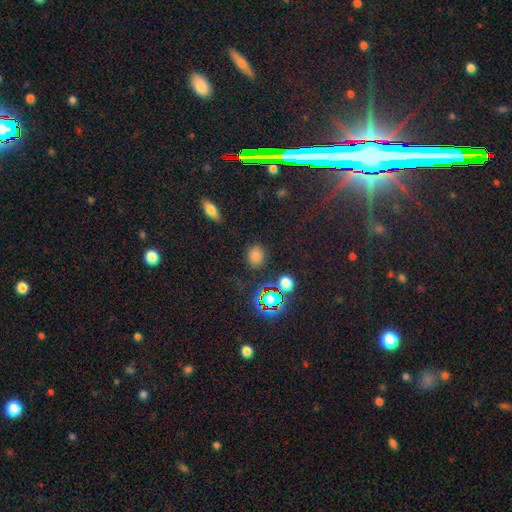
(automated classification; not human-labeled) A smooth galaxy with no disk features (72%) that is round (66%). Merging: none (85%).